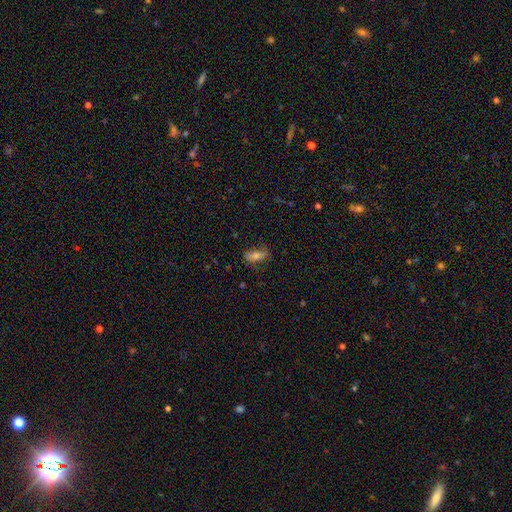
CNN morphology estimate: smooth 57%, featured or disk 30%, star or artifact 13%. Down the decision tree: how rounded — in between (69%); merging — none (71%).